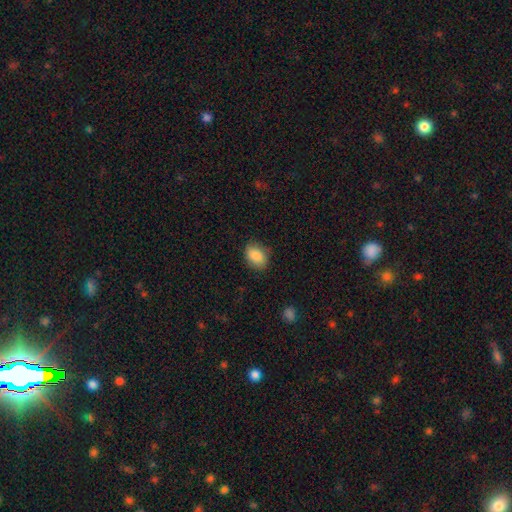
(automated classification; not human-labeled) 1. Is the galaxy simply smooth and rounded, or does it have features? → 86% smooth, 7% star or artifact, 6% featured or disk.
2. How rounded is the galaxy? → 74% in between, 24% round, 1% cigar-shaped.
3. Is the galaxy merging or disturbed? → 82% none, 14% minor disturbance, 3% major disturbance, 1% merger.